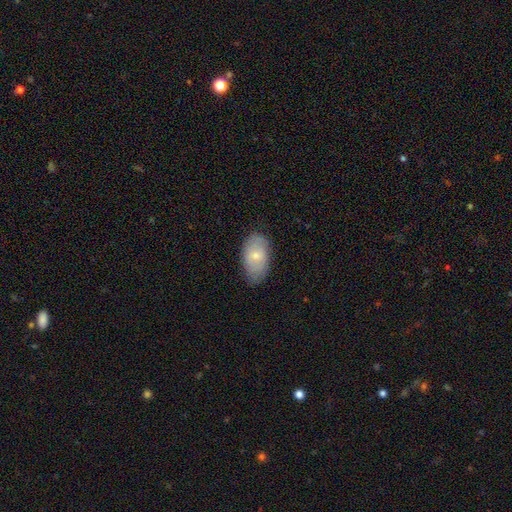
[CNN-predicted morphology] smooth 67%, featured or disk 26%, star or artifact 7%. Down the decision tree: how rounded — in between (92%); merging — none (74%).